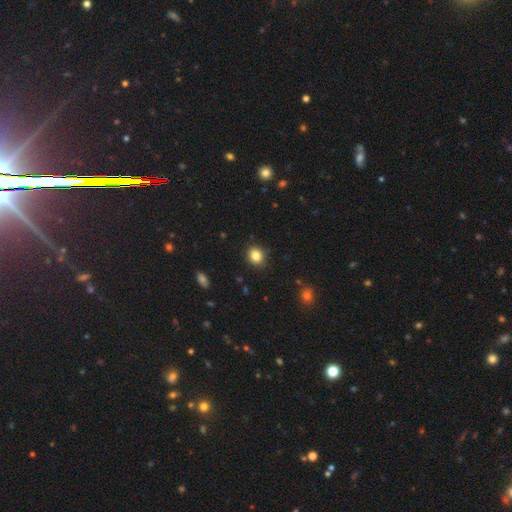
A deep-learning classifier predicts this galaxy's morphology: Q: Smooth or featured?
A: smooth (84%); runner-up: star or artifact (11%)
Q: How rounded?
A: round (68%); runner-up: in between (32%)
Q: Merging?
A: none (87%); runner-up: minor disturbance (10%)